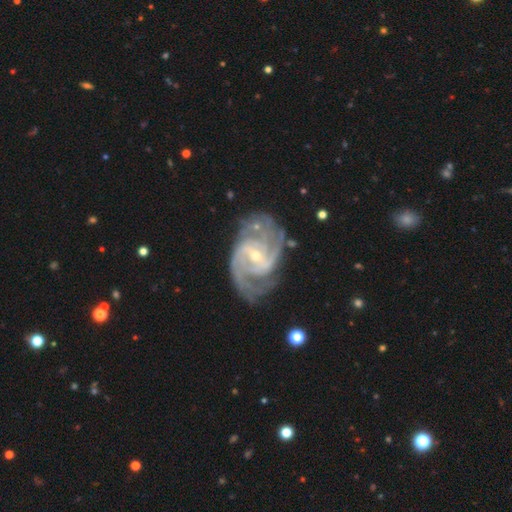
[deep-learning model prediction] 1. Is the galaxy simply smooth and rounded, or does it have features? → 92% featured or disk, 4% star or artifact, 4% smooth.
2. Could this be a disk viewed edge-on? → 98% no, 2% yes.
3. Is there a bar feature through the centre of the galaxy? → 50% weak, 27% strong, 23% no.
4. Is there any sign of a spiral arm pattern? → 98% yes, 2% no.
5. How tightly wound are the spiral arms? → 49% medium, 39% tight, 12% loose.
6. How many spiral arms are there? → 54% 2, 17% 3, 12% can't tell, 8% 4, 5% more than 4, 5% 1.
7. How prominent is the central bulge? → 66% small, 30% moderate, 1% none, 1% large, 1% dominant.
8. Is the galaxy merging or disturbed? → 67% none, 20% minor disturbance, 10% major disturbance, 3% merger.